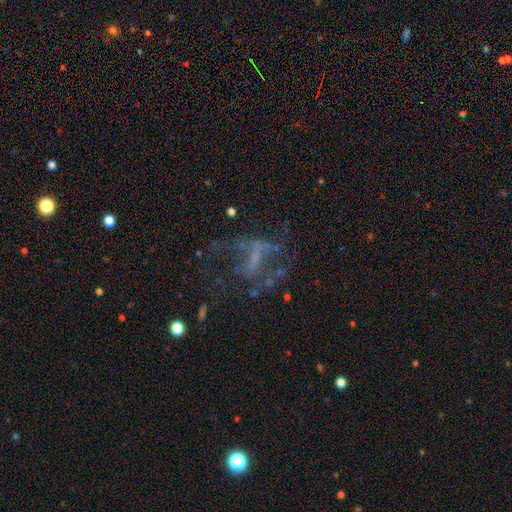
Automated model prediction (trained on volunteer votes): Smooth or featured: featured or disk — 61% (star or artifact — 22%)
Edge-on disk: no — 94% (yes — 6%)
Bar: no — 48% (weak — 32%)
Spiral arms: no — 64% (yes — 36%)
Bulge size: none — 56% (small — 29%)
Merging: none — 40% (major disturbance — 39%)